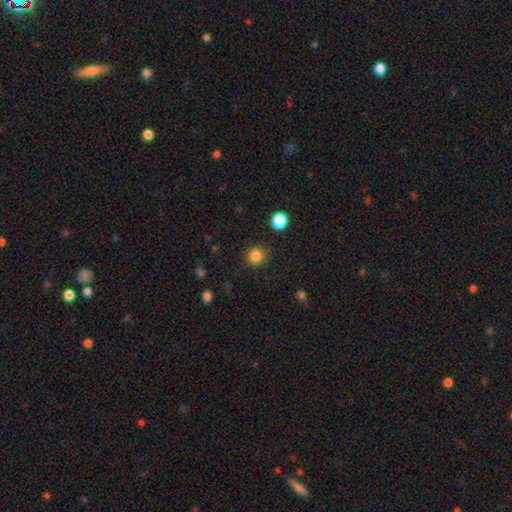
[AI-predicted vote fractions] smooth_or_featured: smooth (p=0.84) [alt: star or artifact p=0.12]
how_rounded: round (p=0.90) [alt: in between p=0.09]
merging: none (p=0.89) [alt: minor disturbance p=0.07]